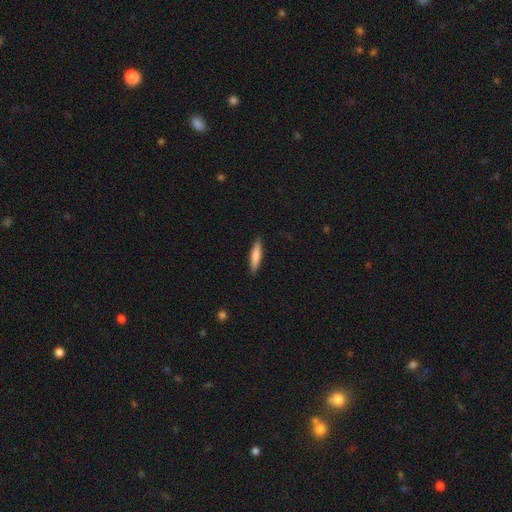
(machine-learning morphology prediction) Overall: smooth (78%). How rounded: cigar-shaped (82%). Merging: none (89%).